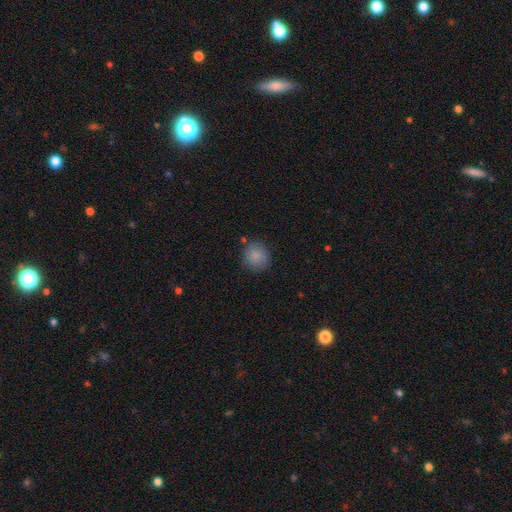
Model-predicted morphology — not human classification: A smooth galaxy with no disk features (87%) that is round (86%). Merging: none (82%).